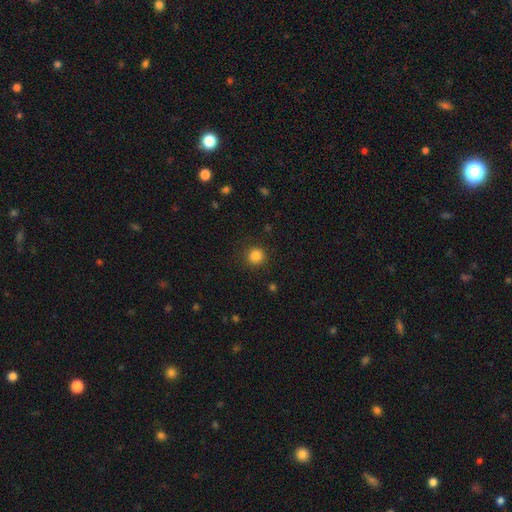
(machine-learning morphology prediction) A smooth galaxy with no disk features (84%) that is round (92%). Merging: none (89%).